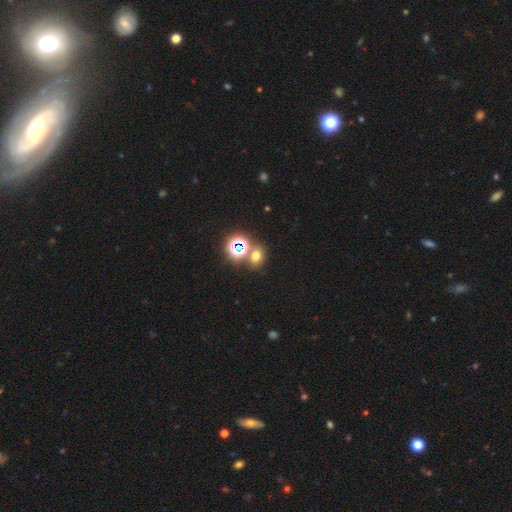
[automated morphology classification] Smooth or featured: smooth — 56% (star or artifact — 36%)
How rounded: round — 55% (in between — 43%)
Merging: none — 71% (merger — 16%)